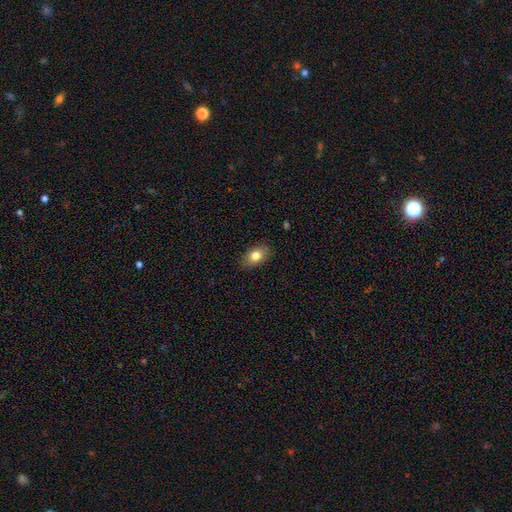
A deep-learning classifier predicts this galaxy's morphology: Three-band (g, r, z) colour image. It shows a smooth galaxy with no disk features (80%) that is in between round and cigar-shaped (85%). Merging: none (86%).